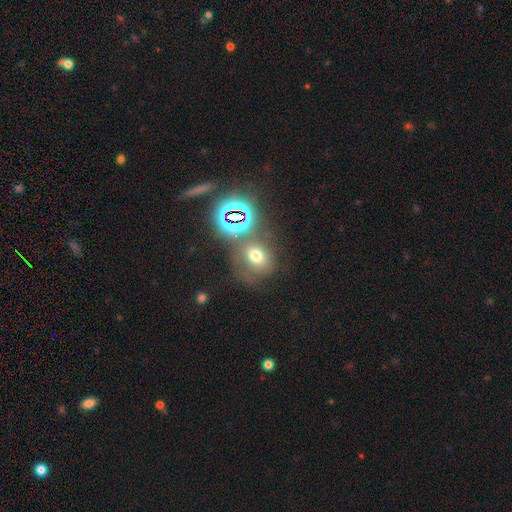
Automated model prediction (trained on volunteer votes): Smooth or featured? smooth (62%)
How rounded? round (62%)
Merging? none (57%)